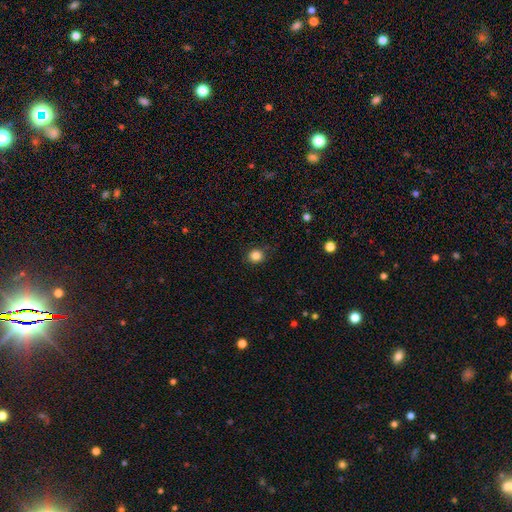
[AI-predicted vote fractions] Smooth or featured? smooth (85%)
How rounded? round (85%)
Merging? none (88%)